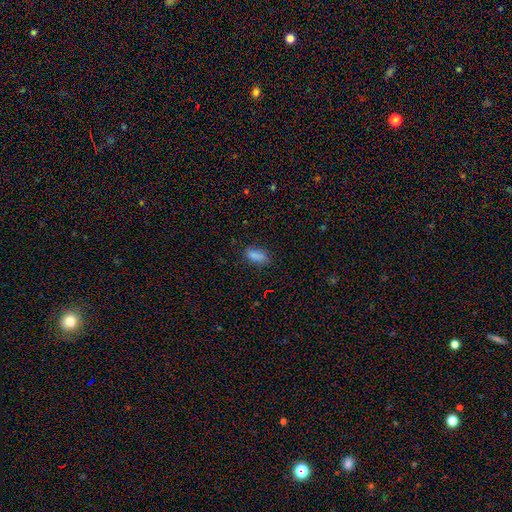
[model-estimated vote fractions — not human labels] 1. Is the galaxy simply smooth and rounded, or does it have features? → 85% smooth, 10% star or artifact, 6% featured or disk.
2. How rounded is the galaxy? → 84% in between, 12% cigar-shaped, 4% round.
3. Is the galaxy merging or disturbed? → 75% none, 19% minor disturbance, 5% major disturbance, 2% merger.